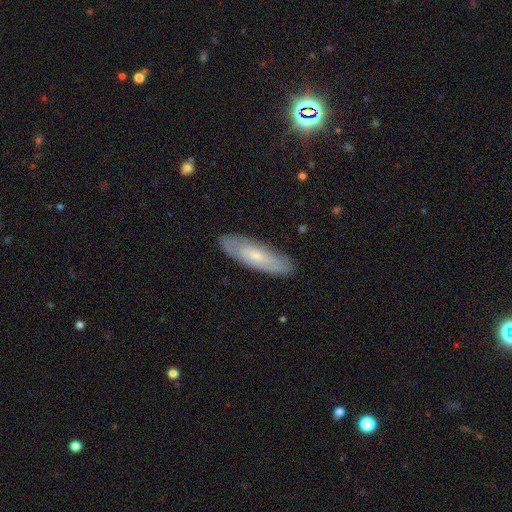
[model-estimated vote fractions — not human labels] smooth_or_featured: smooth (p=0.49) [alt: featured or disk p=0.45]
merging: none (p=0.86) [alt: minor disturbance p=0.11]